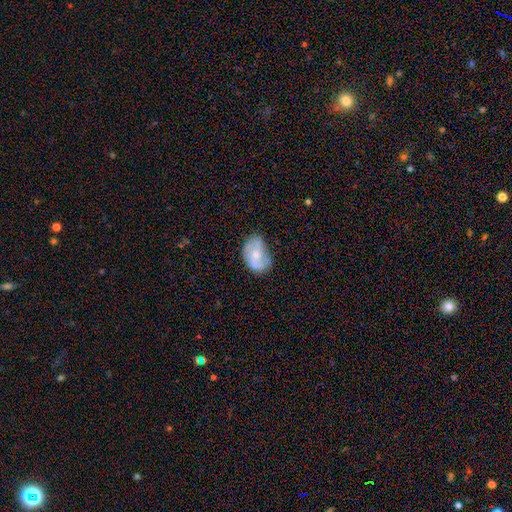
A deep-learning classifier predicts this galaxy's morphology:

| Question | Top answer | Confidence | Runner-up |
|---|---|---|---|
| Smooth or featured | featured or disk | 54% | smooth (39%) |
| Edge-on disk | no | 97% | yes (3%) |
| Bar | no | 66% | weak (29%) |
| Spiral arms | yes | 80% | no (20%) |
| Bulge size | moderate | 50% | small (40%) |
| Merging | none | 55% | minor disturbance (31%) |